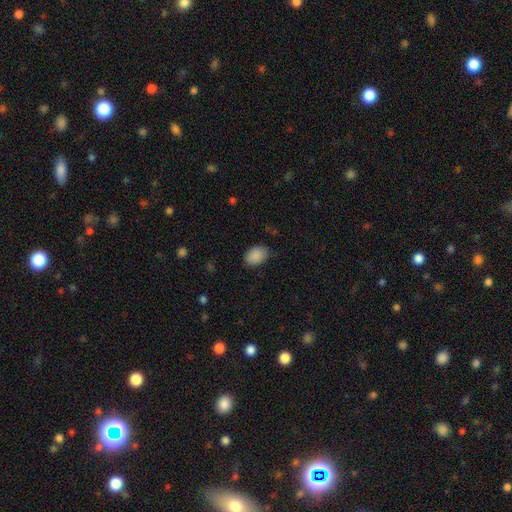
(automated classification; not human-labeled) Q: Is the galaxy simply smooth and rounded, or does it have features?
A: smooth — 90%.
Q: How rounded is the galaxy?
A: in between — 83%.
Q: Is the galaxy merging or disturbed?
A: none — 80%.